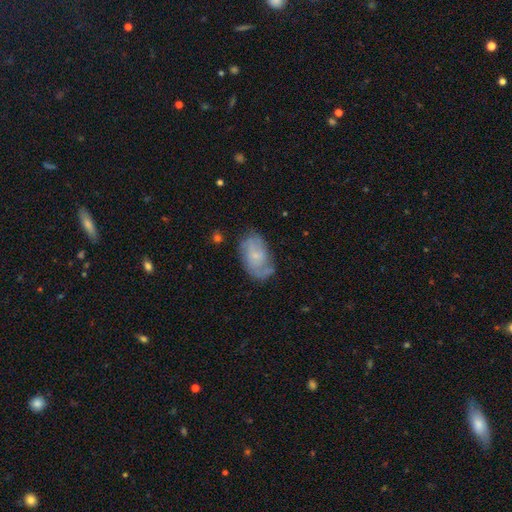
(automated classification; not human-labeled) A featured or disk galaxy (60%) with no bar (69%), spiral arms (80%) and a small central bulge (68%).

Vote fractions:
- Smooth or featured? featured or disk: 60% / smooth: 32% / star or artifact: 8%
- Edge-on disk? no: 96% / yes: 4%
- Bar? no: 69% / weak: 28% / strong: 4%
- Spiral arms? yes: 80% / no: 20%
- Bulge size? small: 68% / moderate: 15% / none: 14% / large: 1% / dominant: 1%
- Merging? none: 57% / minor disturbance: 27% / major disturbance: 13% / merger: 3%